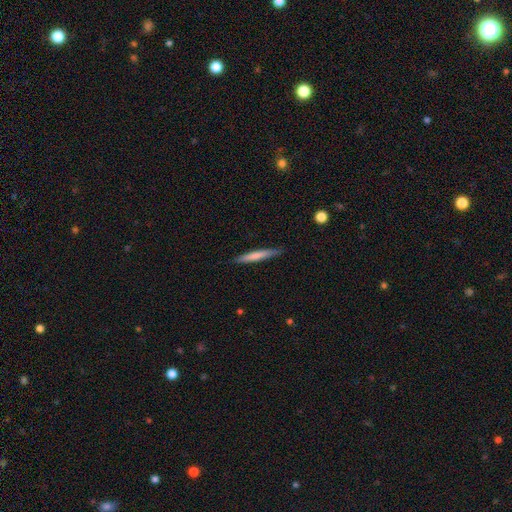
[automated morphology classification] type=smooth (68%); roundness=cigar-shaped (96%); merging=none (88%).